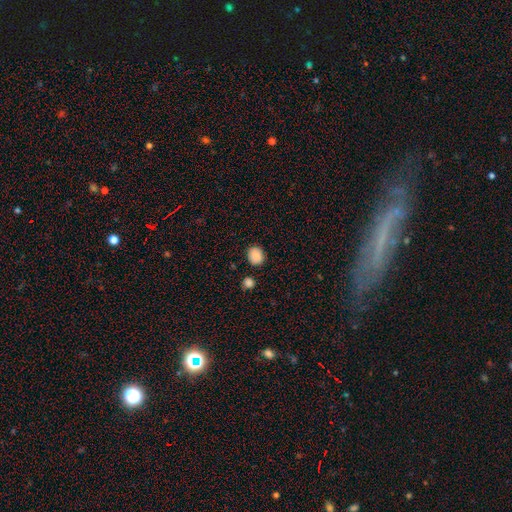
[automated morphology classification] Smooth or featured? Predicted: smooth (p=0.88). How rounded? Predicted: round (p=0.67). Merging? Predicted: none (p=0.84).